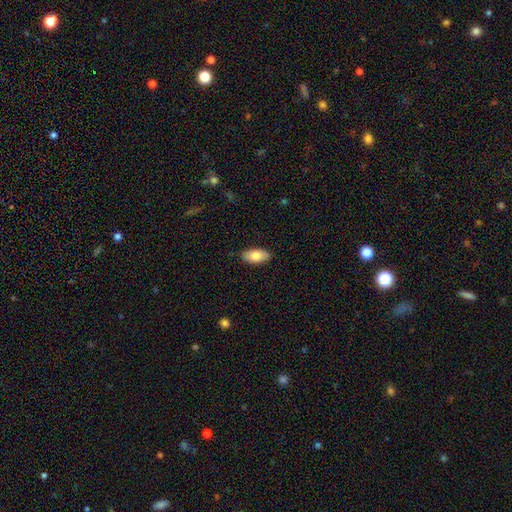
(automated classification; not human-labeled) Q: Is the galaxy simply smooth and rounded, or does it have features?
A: smooth — 79%.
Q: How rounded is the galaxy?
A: in between — 93%.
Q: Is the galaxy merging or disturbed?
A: none — 87%.